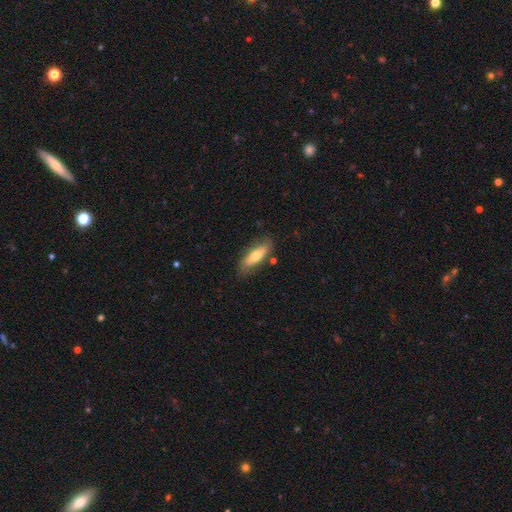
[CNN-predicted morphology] Smooth or featured? Predicted: smooth (p=0.56). How rounded? Predicted: in between (p=0.62). Merging? Predicted: none (p=0.77).